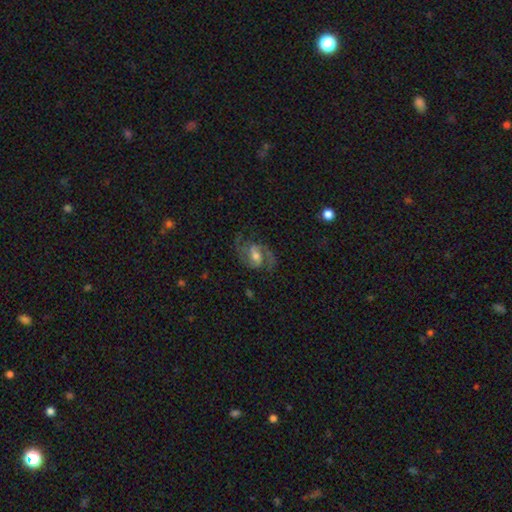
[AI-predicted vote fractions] featured or disk 87%, star or artifact 7%, smooth 6%. Down the decision tree: edge-on disk — no (98%); bar — weak (50%); spiral arms — yes (97%); spiral arm count — 2 (88%); spiral winding — medium (60%); bulge size — moderate (60%); merging — none (76%).